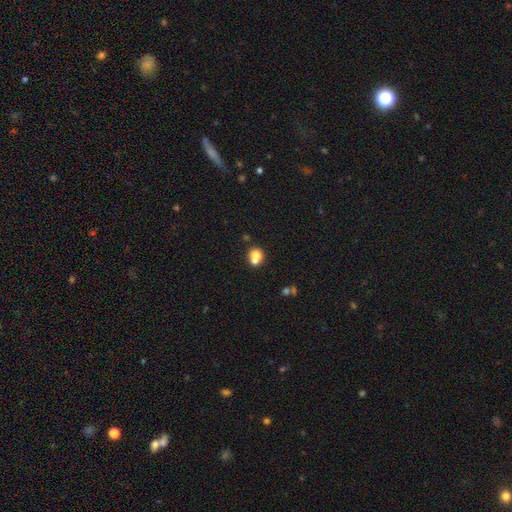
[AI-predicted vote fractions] Smooth or featured? smooth (73%)
How rounded? round (73%)
Merging? merger (52%)